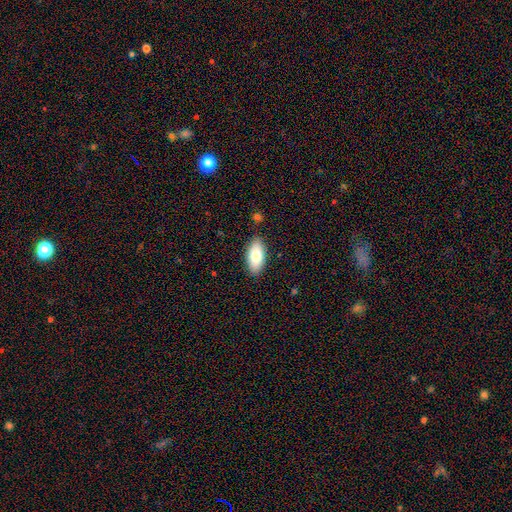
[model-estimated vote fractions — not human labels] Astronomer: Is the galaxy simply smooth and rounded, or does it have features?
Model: smooth — 80%.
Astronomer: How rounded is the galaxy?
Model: in between — 90%.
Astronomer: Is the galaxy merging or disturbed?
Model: none — 86%.